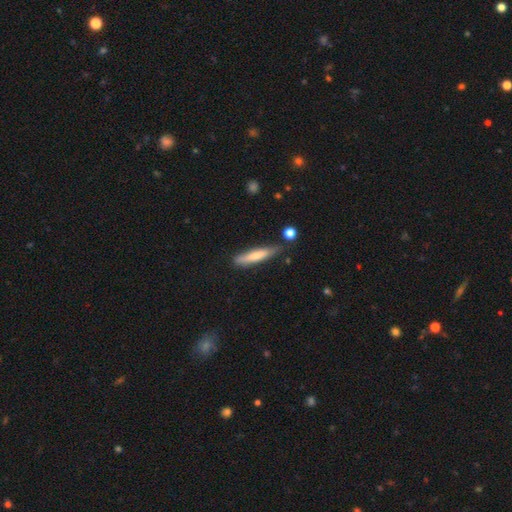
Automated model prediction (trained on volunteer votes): Smooth or featured? Predicted: smooth (p=0.67). How rounded? Predicted: cigar-shaped (p=0.88). Merging? Predicted: none (p=0.73).